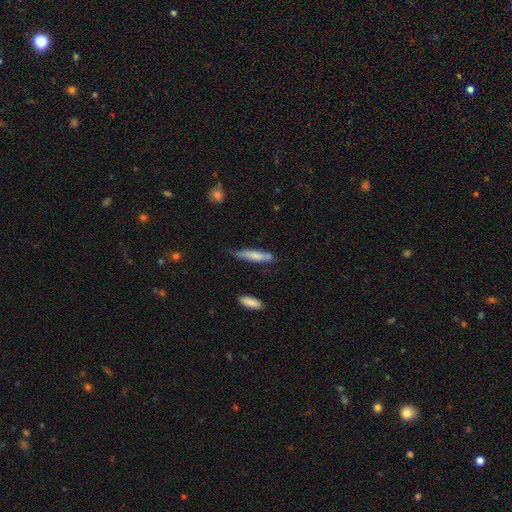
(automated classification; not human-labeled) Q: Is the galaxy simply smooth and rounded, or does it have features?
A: smooth — 66%.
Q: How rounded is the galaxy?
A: cigar-shaped — 85%.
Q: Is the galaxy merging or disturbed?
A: none — 56%.